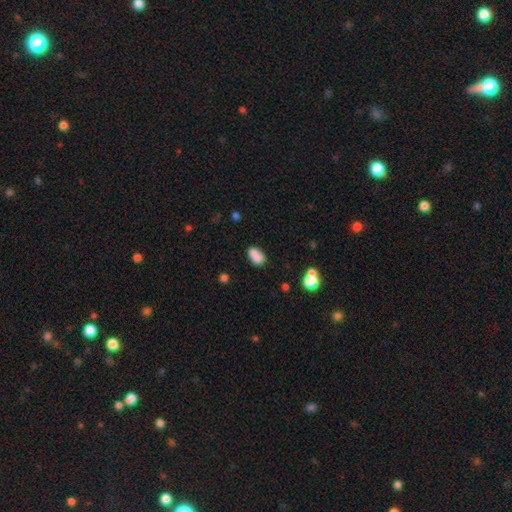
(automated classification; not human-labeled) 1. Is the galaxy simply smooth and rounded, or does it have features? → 80% smooth, 11% featured or disk, 10% star or artifact.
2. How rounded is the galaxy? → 85% in between, 12% round, 2% cigar-shaped.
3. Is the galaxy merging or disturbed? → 54% none, 20% minor disturbance, 19% merger, 6% major disturbance.